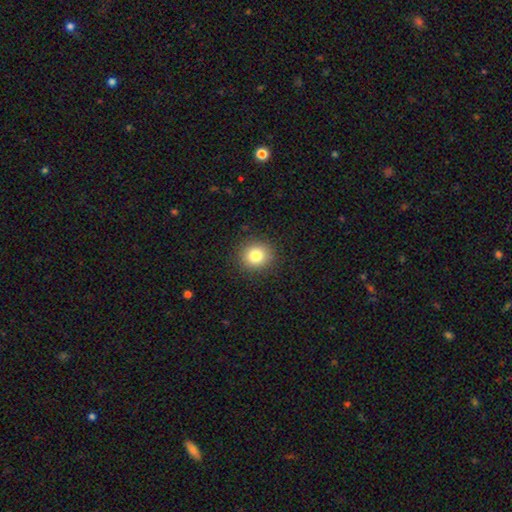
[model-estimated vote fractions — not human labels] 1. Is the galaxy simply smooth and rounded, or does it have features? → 81% smooth, 11% star or artifact, 8% featured or disk.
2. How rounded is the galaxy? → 88% round, 11% in between, 1% cigar-shaped.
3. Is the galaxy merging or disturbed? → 90% none, 6% minor disturbance, 2% major disturbance, 1% merger.